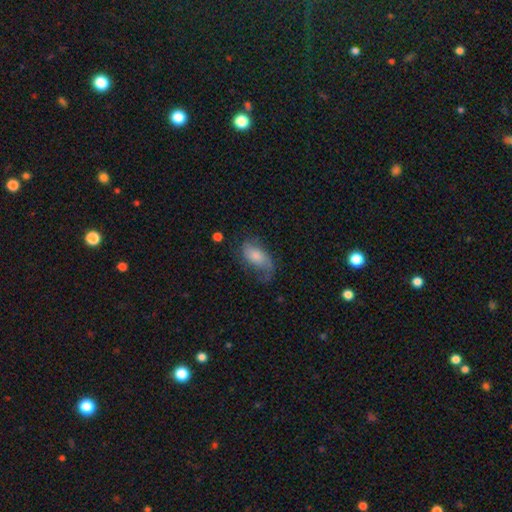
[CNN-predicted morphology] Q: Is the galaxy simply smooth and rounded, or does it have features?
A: featured or disk — 54%.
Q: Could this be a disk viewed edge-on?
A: no — 94%.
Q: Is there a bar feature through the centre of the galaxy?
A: no — 66%.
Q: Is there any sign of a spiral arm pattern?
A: yes — 86%.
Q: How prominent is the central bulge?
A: small — 41%.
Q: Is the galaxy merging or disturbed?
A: none — 50%.